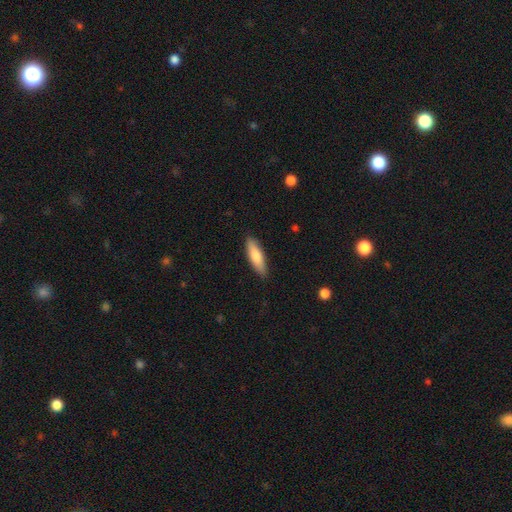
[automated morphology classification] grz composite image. It shows a smooth galaxy with no disk features (77%) that is cigar-shaped (60%). Merging: none (88%).